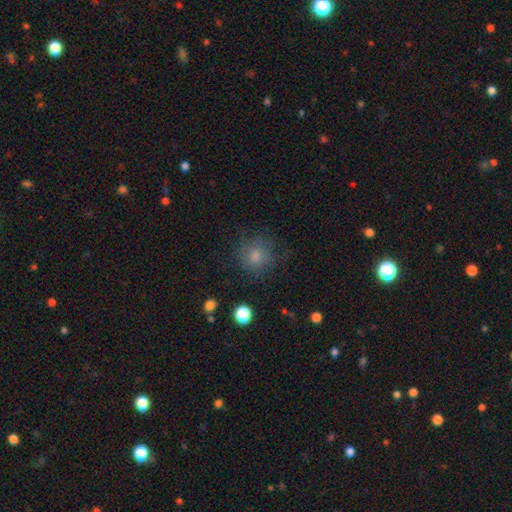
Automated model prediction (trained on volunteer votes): Smooth or featured?
  - smooth: 79% *
  - star or artifact: 12%
  - featured or disk: 9%
How rounded?
  - round: 88% *
  - in between: 11%
  - cigar-shaped: 1%
Merging?
  - none: 76% *
  - minor disturbance: 15%
  - major disturbance: 7%
  - merger: 2%